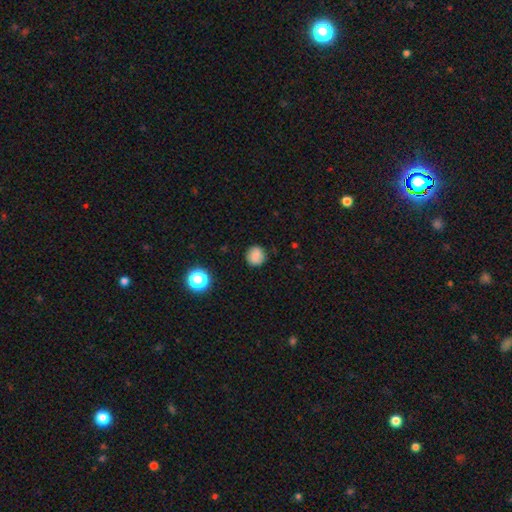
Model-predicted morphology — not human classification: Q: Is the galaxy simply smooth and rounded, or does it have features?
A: smooth — 79%.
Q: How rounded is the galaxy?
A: round — 90%.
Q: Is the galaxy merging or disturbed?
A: none — 86%.